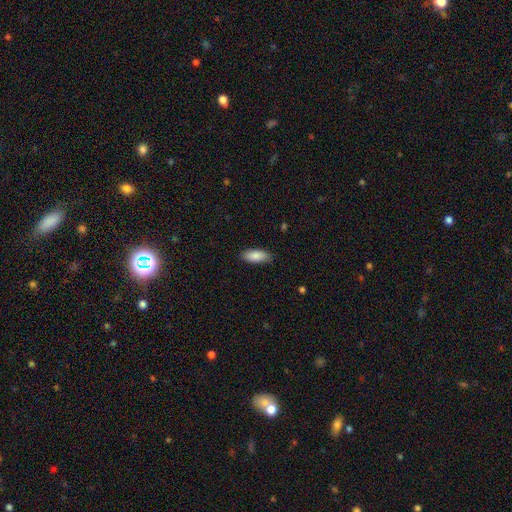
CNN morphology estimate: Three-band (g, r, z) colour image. It shows a smooth galaxy with no disk features (87%) that is in between round and cigar-shaped (79%). Merging: none (86%).